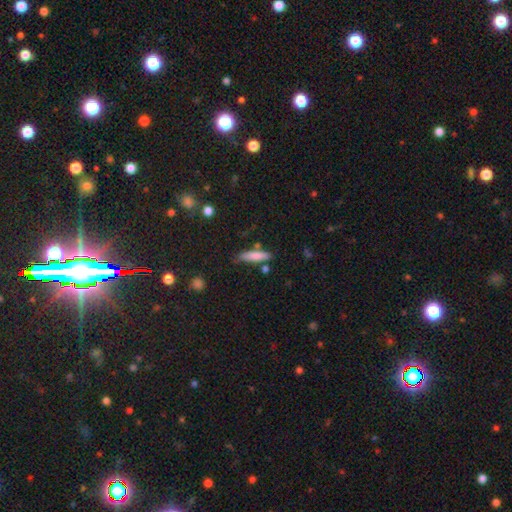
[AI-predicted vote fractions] This is likely a smooth galaxy (75%). How rounded: likely cigar-shaped (80%). Merging: likely none (71%).